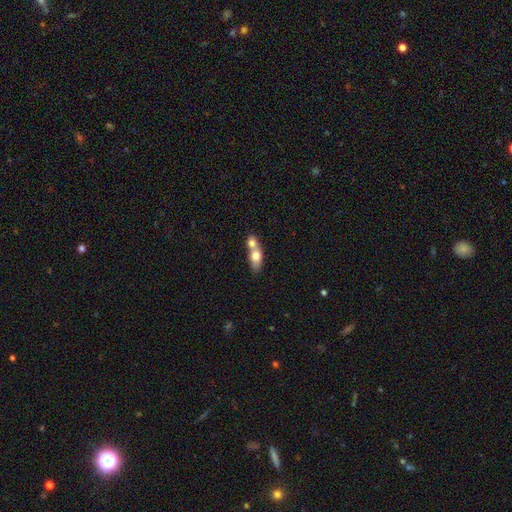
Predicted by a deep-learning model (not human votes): A smooth galaxy with no disk features (71%) that is in between round and cigar-shaped (67%). Merging: merger (71%).